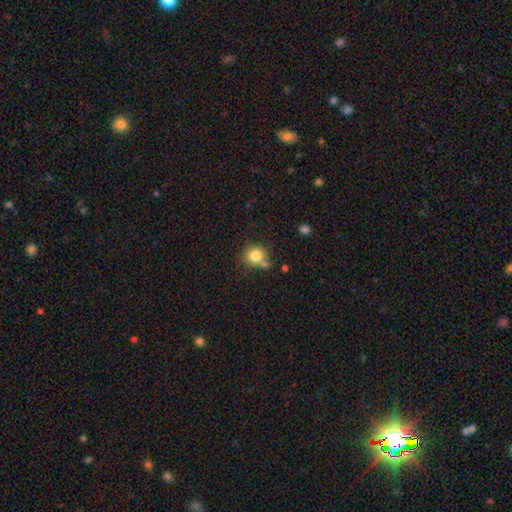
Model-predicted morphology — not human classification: A smooth galaxy with no disk features (81%) that is round (86%). Merging: none (59%).